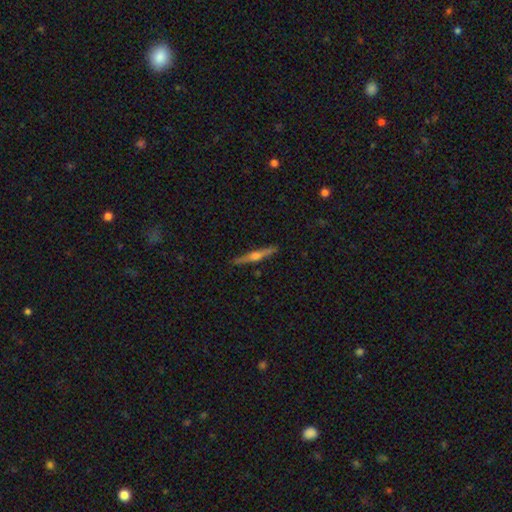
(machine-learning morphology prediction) A featured or disk galaxy (73%) viewed edge-on (98%) with a rounded central bulge (89%). Merging: none (90%).